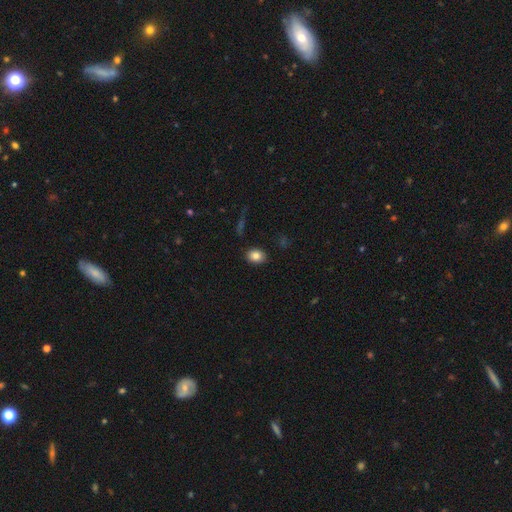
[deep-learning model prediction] Smooth or featured?
  - smooth: 83% *
  - star or artifact: 9%
  - featured or disk: 8%
How rounded?
  - in between: 64% *
  - round: 35%
  - cigar-shaped: 1%
Merging?
  - none: 88% *
  - minor disturbance: 8%
  - major disturbance: 2%
  - merger: 1%